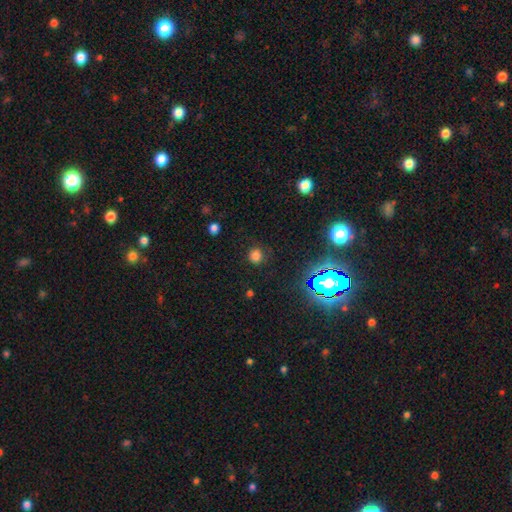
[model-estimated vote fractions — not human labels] Smooth or featured? smooth (73%)
How rounded? round (88%)
Merging? none (86%)